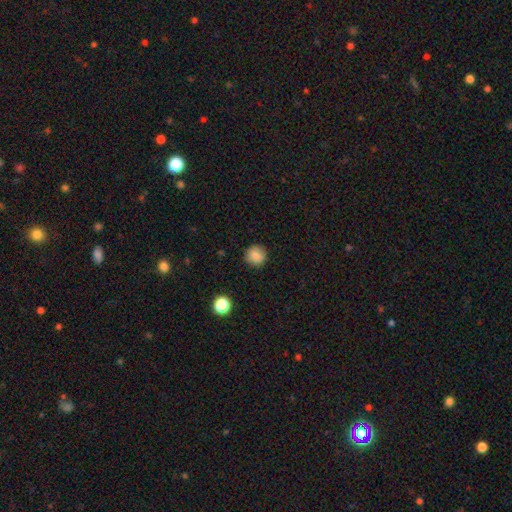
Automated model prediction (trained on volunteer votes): smooth-or-featured: smooth: 85% | star or artifact: 10% | featured or disk: 5%
  how-rounded: round: 94% | in between: 5% | cigar-shaped: 1%
  merging: none: 90% | minor disturbance: 7% | major disturbance: 2% | merger: 1%